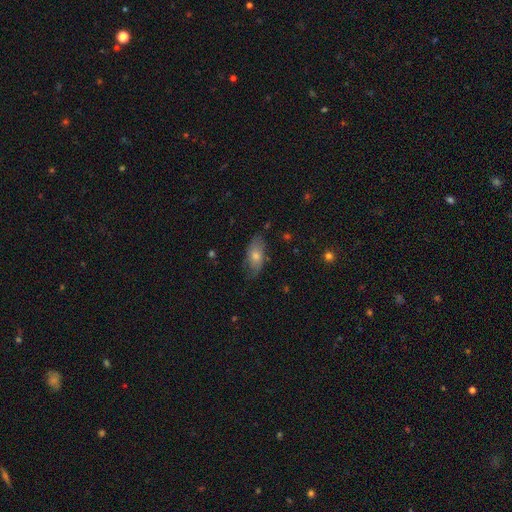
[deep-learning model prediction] Q: Smooth or featured?
A: smooth (66%); runner-up: featured or disk (27%)
Q: How rounded?
A: in between (88%); runner-up: cigar-shaped (8%)
Q: Merging?
A: none (66%); runner-up: minor disturbance (26%)